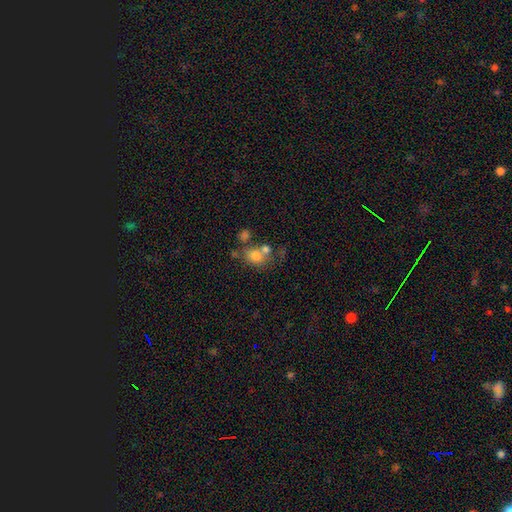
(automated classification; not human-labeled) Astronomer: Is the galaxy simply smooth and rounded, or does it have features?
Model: smooth — 74%.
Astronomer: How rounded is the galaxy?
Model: round — 52% (runner-up: in between, 46%).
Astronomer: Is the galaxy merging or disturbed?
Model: none — 44% (runner-up: merger, 36%).